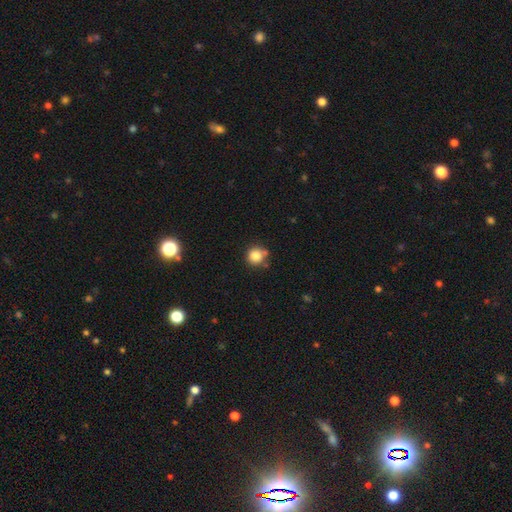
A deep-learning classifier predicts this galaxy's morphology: Smooth or featured? smooth (83%)
How rounded? round (90%)
Merging? none (68%)